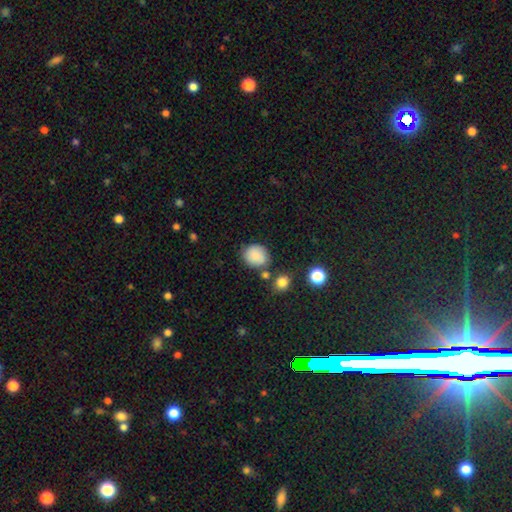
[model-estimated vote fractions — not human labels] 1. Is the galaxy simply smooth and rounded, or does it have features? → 80% smooth, 11% featured or disk, 9% star or artifact.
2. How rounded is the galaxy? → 72% round, 27% in between, 1% cigar-shaped.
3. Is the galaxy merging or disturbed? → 70% none, 17% minor disturbance, 9% merger, 5% major disturbance.